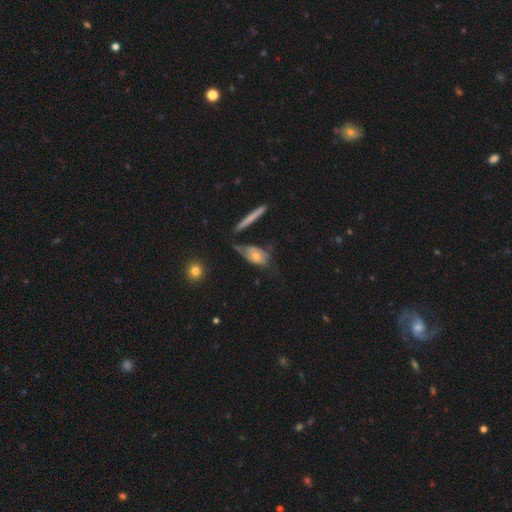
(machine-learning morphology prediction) smooth_or_featured: featured or disk (p=0.46) [tied with: smooth p=0.46]
merging: none (p=0.34) [alt: minor disturbance p=0.29]